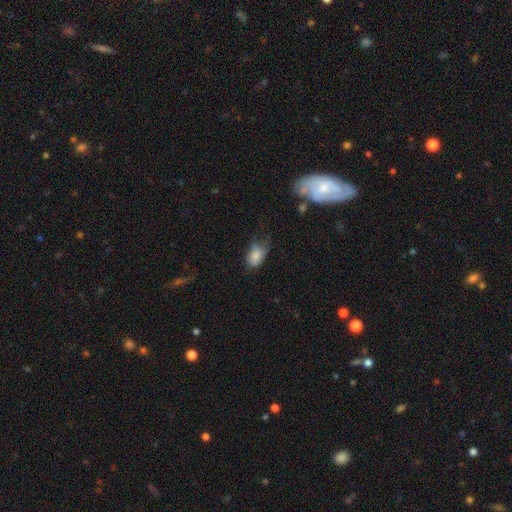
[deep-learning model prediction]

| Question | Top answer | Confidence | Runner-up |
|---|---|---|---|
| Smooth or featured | smooth | 81% | featured or disk (11%) |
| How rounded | in between | 86% | round (12%) |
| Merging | none | 40% | minor disturbance (37%) |